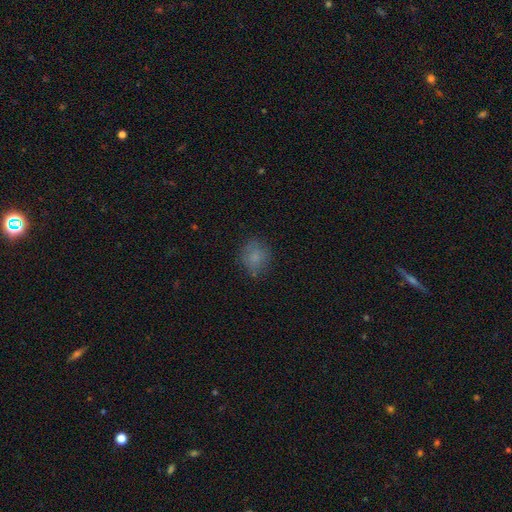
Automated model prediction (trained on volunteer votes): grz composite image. It shows a smooth galaxy with no disk features (78%) that is round (74%). Merging: none (77%).